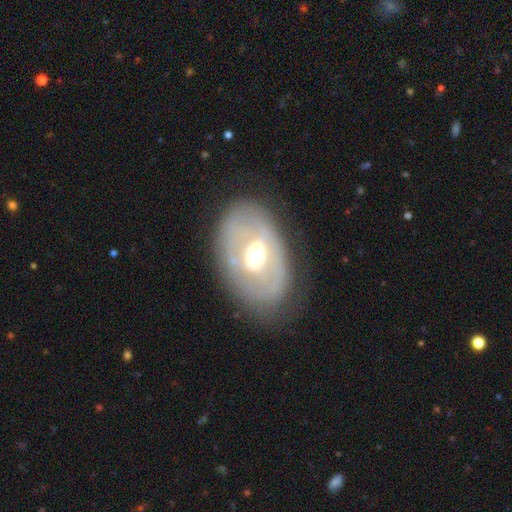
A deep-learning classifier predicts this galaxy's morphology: type=featured or disk (63%); edge-on=no (93%); bar=no (66%); spiral arms=no (69%); bulge=moderate (71%); merging=none (66%).